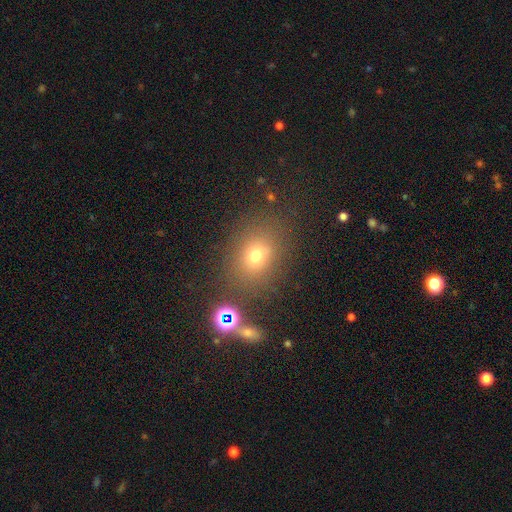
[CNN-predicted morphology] This is likely a smooth galaxy (70%). How rounded: possibly in between (52%). Merging: likely none (77%).